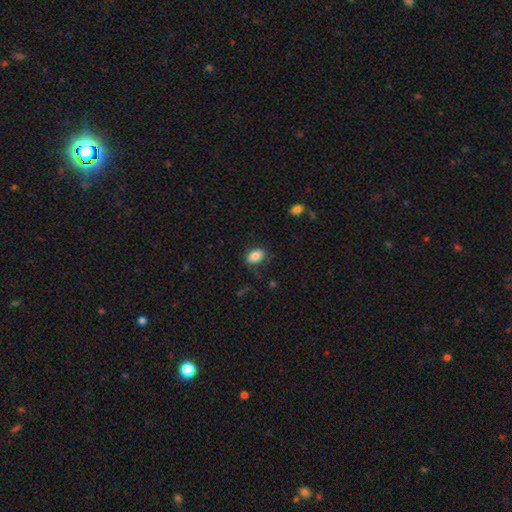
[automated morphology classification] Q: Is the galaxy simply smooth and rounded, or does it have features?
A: smooth — 86%.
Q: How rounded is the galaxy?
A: in between — 87%.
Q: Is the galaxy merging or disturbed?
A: none — 74%.